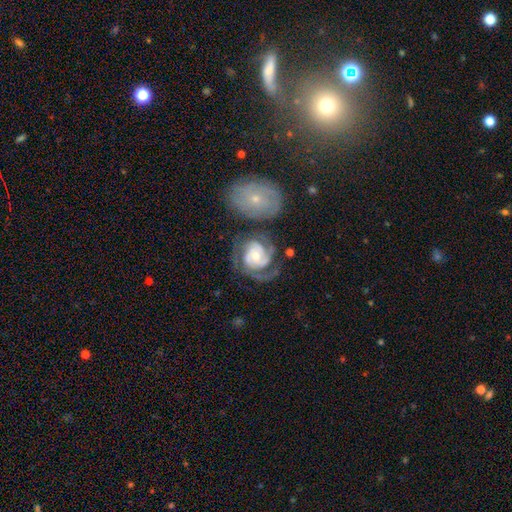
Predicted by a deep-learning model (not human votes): Smooth or featured?
  - featured or disk: 86% *
  - smooth: 9%
  - star or artifact: 5%
Edge-on disk?
  - no: 98% *
  - yes: 2%
Bar?
  - no: 65% *
  - weak: 27%
  - strong: 8%
Spiral arms?
  - yes: 96% *
  - no: 4%
Spiral winding?
  - tight: 56% *
  - medium: 34%
  - loose: 10%
Spiral arm count?
  - 2: 54% *
  - 3: 18%
  - can't tell: 13%
  - 1: 9%
  - 4: 3%
  - more than 4: 3%
Bulge size?
  - moderate: 52% *
  - small: 41%
  - large: 5%
  - none: 1%
  - dominant: 1%
Merging?
  - none: 49% *
  - major disturbance: 19%
  - minor disturbance: 18%
  - merger: 14%